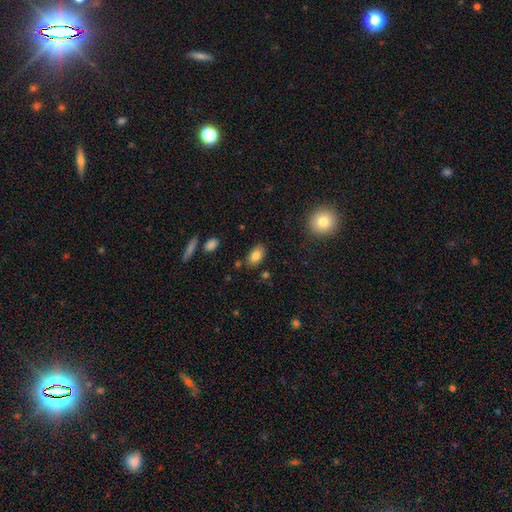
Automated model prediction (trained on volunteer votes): smooth 83%, star or artifact 9%, featured or disk 8%. Down the decision tree: how rounded — in between (90%); merging — none (83%).